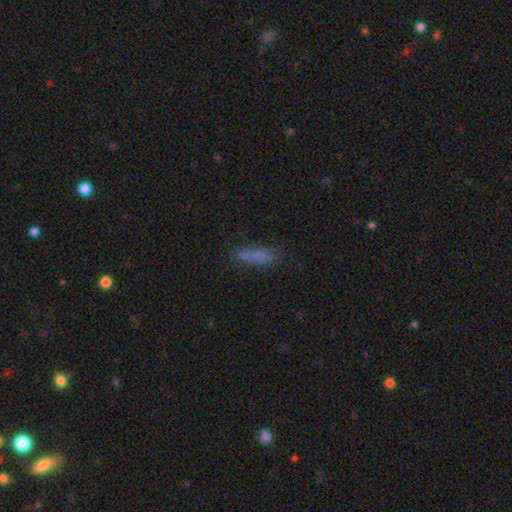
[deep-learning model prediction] Smooth or featured? smooth (77%)
How rounded? cigar-shaped (65%)
Merging? none (71%)